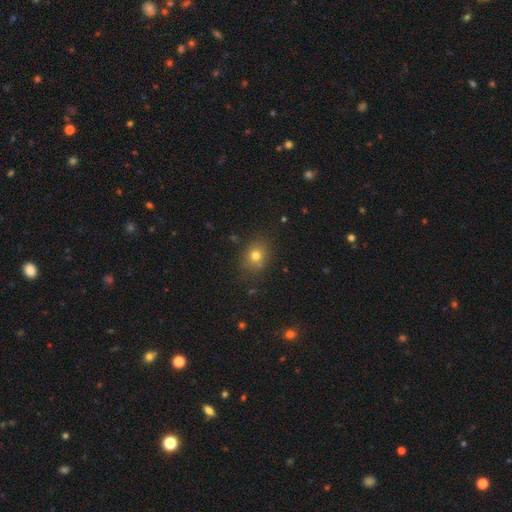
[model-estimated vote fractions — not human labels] Smooth or featured?
  - smooth: 74% *
  - star or artifact: 15%
  - featured or disk: 11%
How rounded?
  - round: 58% *
  - in between: 41%
  - cigar-shaped: 1%
Merging?
  - none: 78% *
  - minor disturbance: 14%
  - major disturbance: 4%
  - merger: 3%